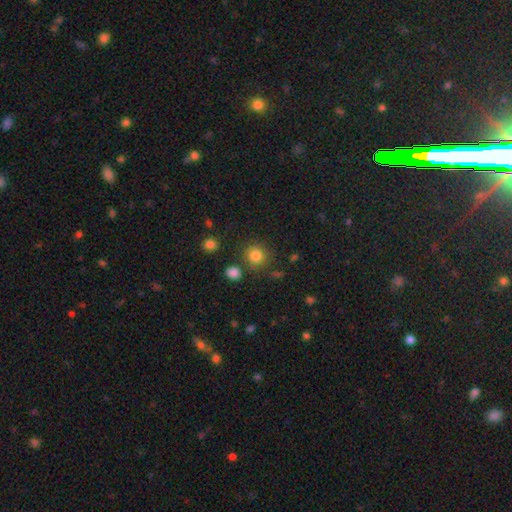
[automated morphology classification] This is clearly a smooth galaxy (82%). How rounded: clearly round (90%). Merging: clearly none (81%).